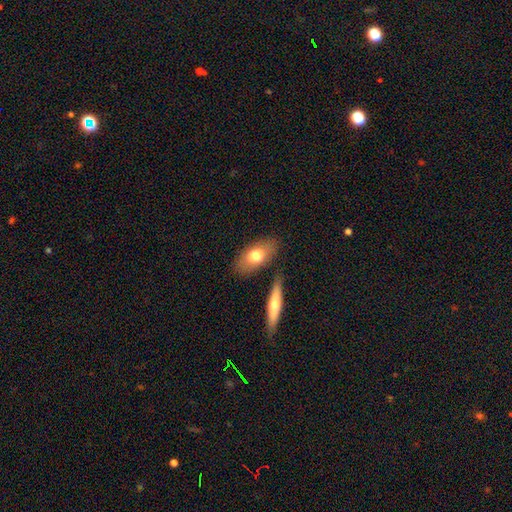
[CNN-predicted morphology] The model was most divided on "smooth or featured": smooth: 71%, featured or disk: 23%, star or artifact: 7%. More confident: how rounded — in between (85%); merging — none (79%).